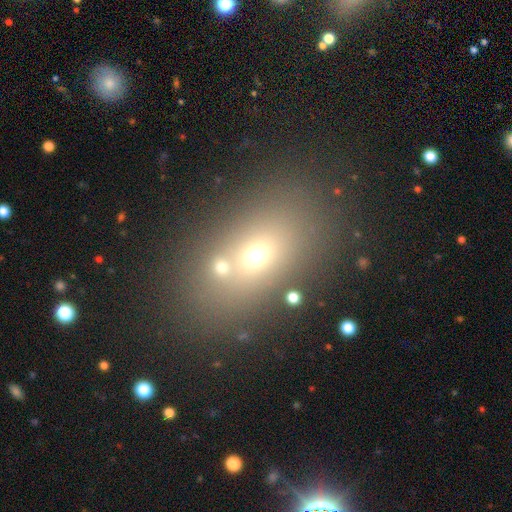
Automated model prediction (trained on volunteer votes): smooth 59%, star or artifact 23%, featured or disk 18%. Down the decision tree: how rounded — in between (68%); merging — none (61%).